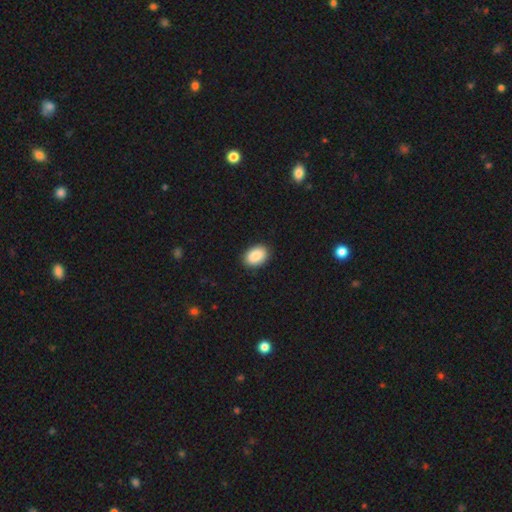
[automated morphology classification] smooth_or_featured: smooth (p=0.89) [alt: star or artifact p=0.07]
how_rounded: in between (p=0.84) [alt: round p=0.15]
merging: none (p=0.89) [alt: minor disturbance p=0.08]